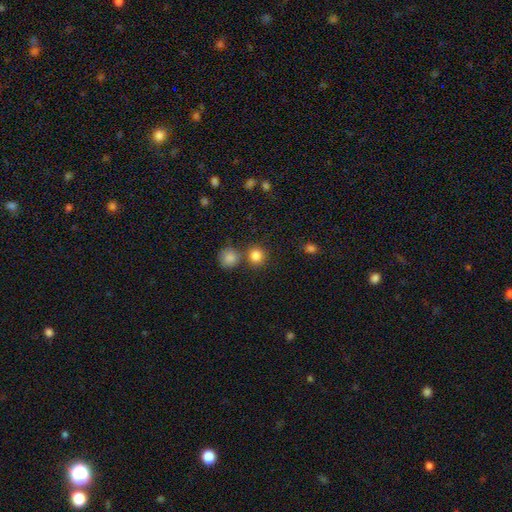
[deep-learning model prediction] Smooth or featured? smooth (83%)
How rounded? round (90%)
Merging? none (71%)